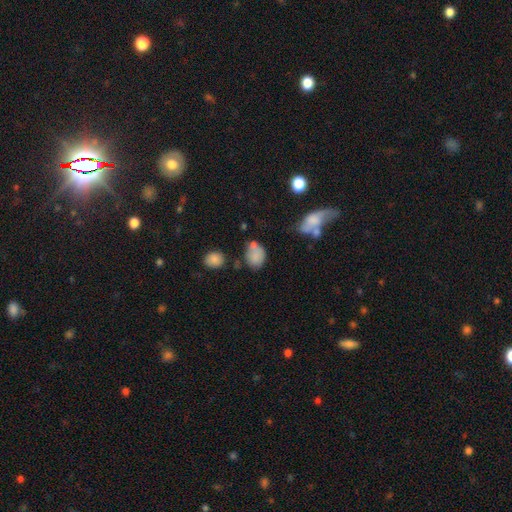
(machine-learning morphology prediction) Smooth or featured? smooth (78%)
How rounded? in between (64%)
Merging? none (47%)